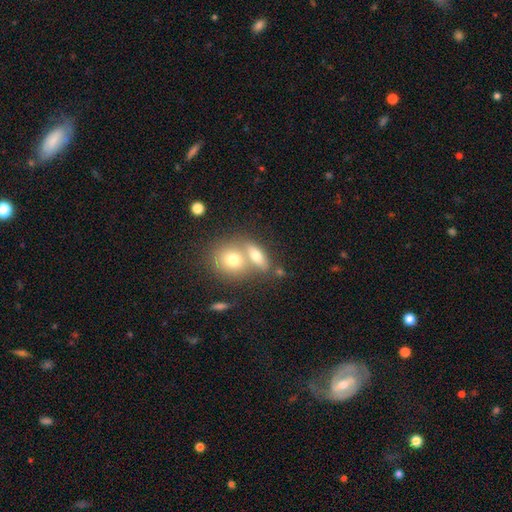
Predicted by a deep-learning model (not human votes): A smooth galaxy with no disk features (68%) that is in between round and cigar-shaped (62%). Merging: merger (48%).